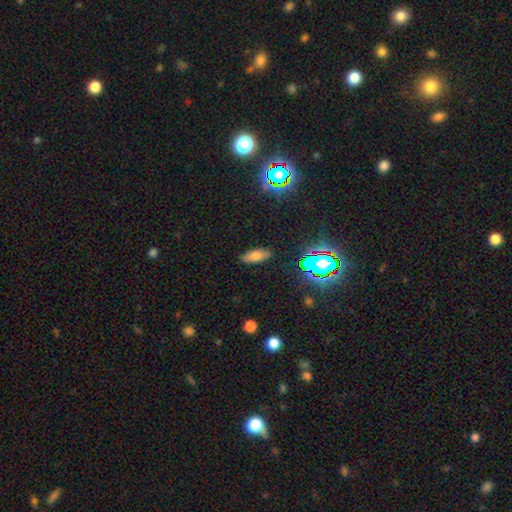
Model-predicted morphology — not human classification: A smooth galaxy with no disk features (73%) that is in between round and cigar-shaped (78%).

Vote fractions:
- Smooth or featured? smooth: 73% / star or artifact: 17% / featured or disk: 11%
- How rounded? in between: 78% / cigar-shaped: 19% / round: 3%
- Merging? none: 86% / minor disturbance: 10% / major disturbance: 2% / merger: 1%